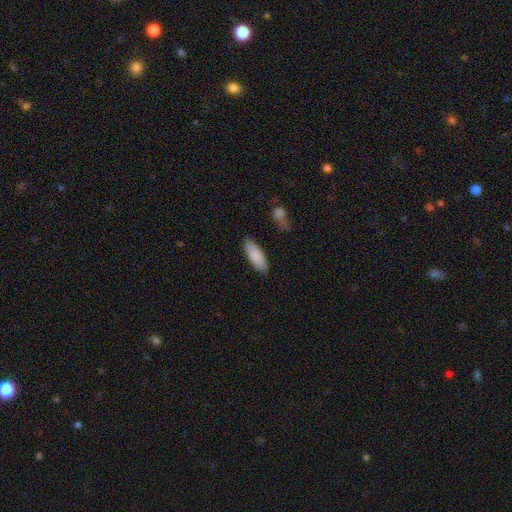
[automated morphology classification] smooth_or_featured: smooth (p=0.88) [alt: featured or disk p=0.07]
how_rounded: in between (p=0.68) [alt: cigar-shaped p=0.31]
merging: none (p=0.85) [alt: minor disturbance p=0.10]